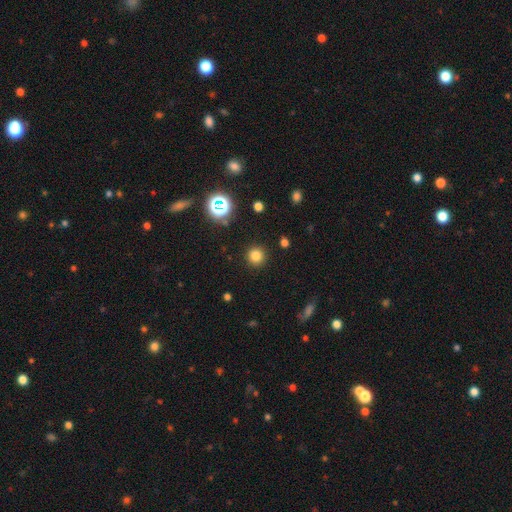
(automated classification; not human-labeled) This is likely a smooth galaxy (78%). How rounded: clearly round (94%). Merging: clearly none (90%).